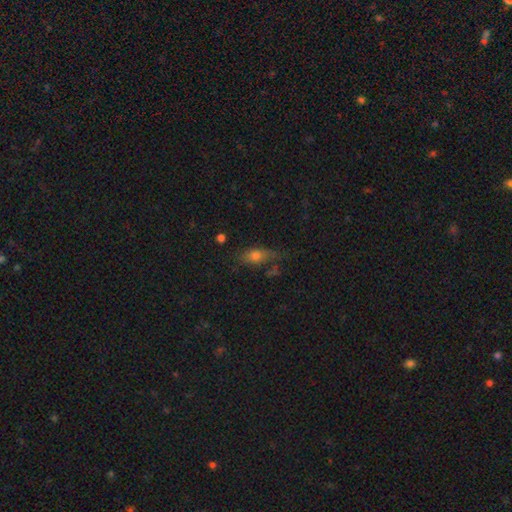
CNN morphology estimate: smooth-or-featured: smooth: 66% | featured or disk: 20% | star or artifact: 14%
  how-rounded: in between: 72% | cigar-shaped: 17% | round: 11%
  merging: none: 52% | minor disturbance: 26% | major disturbance: 15% | merger: 7%